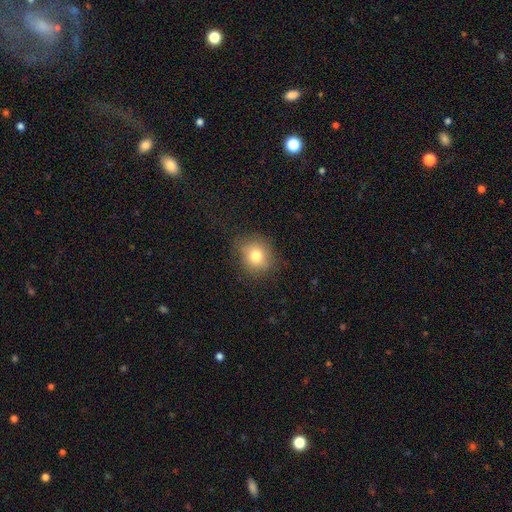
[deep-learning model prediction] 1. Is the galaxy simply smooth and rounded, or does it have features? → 77% smooth, 12% star or artifact, 11% featured or disk.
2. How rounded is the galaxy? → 82% round, 17% in between, 1% cigar-shaped.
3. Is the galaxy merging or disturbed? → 77% none, 16% minor disturbance, 6% major disturbance, 1% merger.